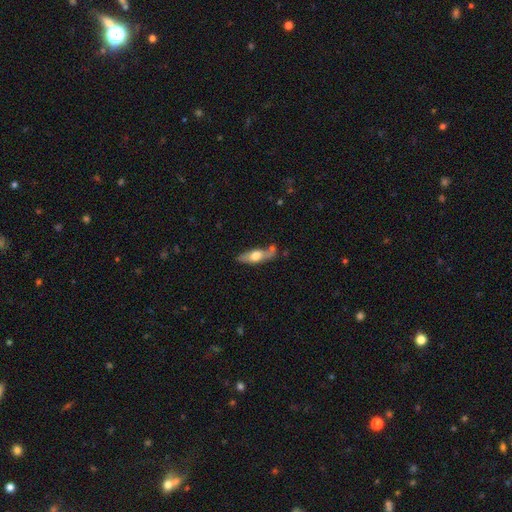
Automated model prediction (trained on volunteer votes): Overall: smooth (52%; featured or disk 42%). How rounded: in between (52%; cigar-shaped 45%). Merging: none (59%; minor disturbance 22%).